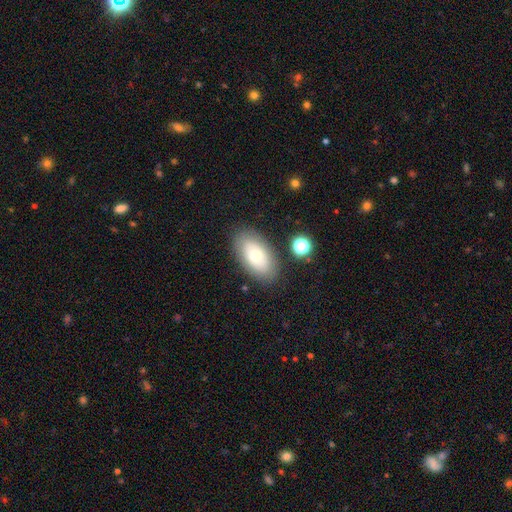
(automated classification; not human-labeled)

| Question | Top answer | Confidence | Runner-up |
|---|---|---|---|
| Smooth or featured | smooth | 58% | featured or disk (34%) |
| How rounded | in between | 92% | round (6%) |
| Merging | none | 82% | minor disturbance (11%) |